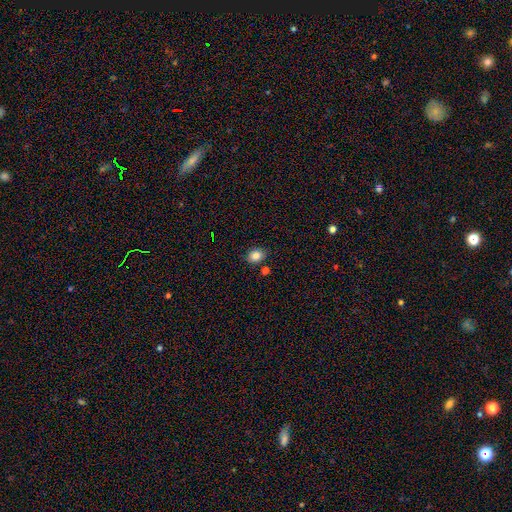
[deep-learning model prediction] Q: Smooth or featured?
A: smooth (85%); runner-up: star or artifact (10%)
Q: How rounded?
A: in between (54%); runner-up: round (45%)
Q: Merging?
A: none (80%); runner-up: minor disturbance (12%)